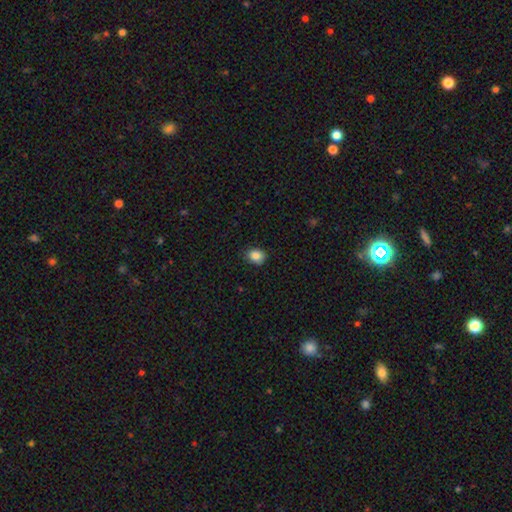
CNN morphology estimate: Q: Smooth or featured?
A: smooth (86%); runner-up: star or artifact (9%)
Q: How rounded?
A: in between (50%); runner-up: round (49%)
Q: Merging?
A: none (83%); runner-up: minor disturbance (14%)